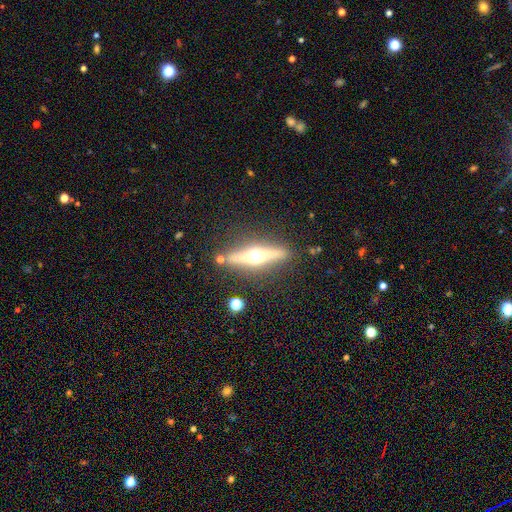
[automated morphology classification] Smooth or featured? featured or disk (72%)
Edge-on disk? yes (94%)
Edge-on bulge? rounded (96%)
Merging? none (85%)